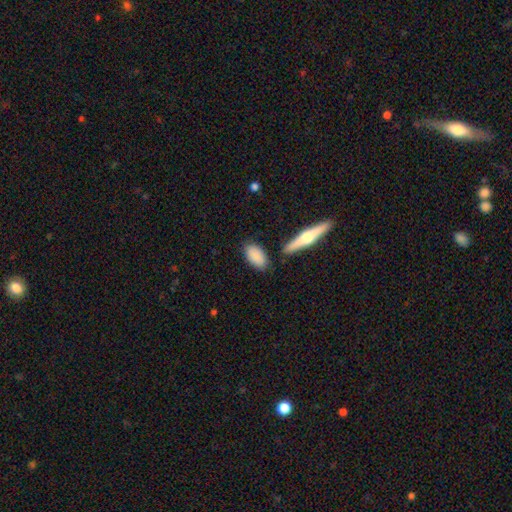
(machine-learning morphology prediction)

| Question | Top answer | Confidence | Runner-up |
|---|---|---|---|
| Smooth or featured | smooth | 85% | featured or disk (9%) |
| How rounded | in between | 91% | cigar-shaped (5%) |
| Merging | none | 77% | minor disturbance (13%) |